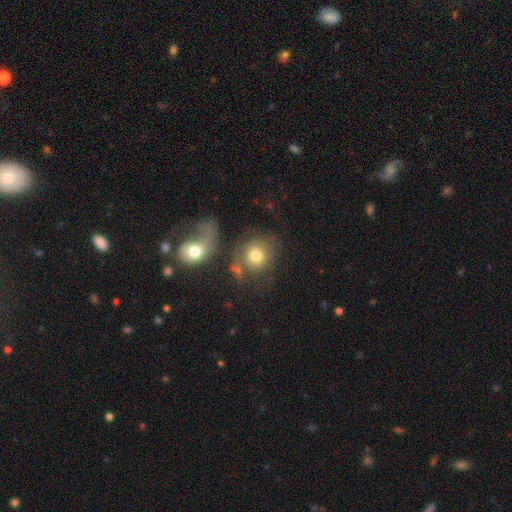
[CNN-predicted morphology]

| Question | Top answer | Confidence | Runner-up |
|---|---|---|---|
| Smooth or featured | smooth | 69% | featured or disk (21%) |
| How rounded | round | 77% | in between (22%) |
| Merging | none | 42% | merger (30%) |